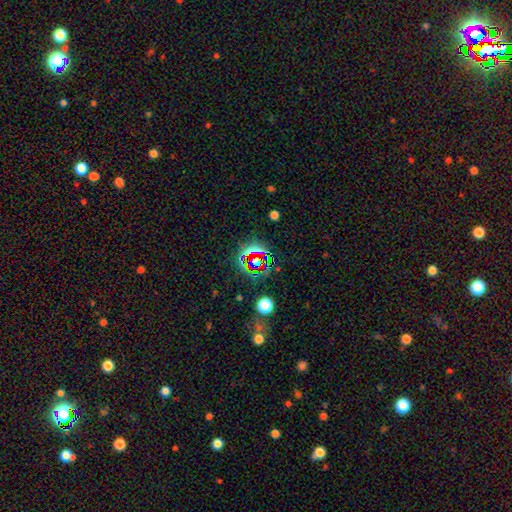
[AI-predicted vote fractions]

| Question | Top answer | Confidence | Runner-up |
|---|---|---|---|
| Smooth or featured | star or artifact | 64% | smooth (25%) |